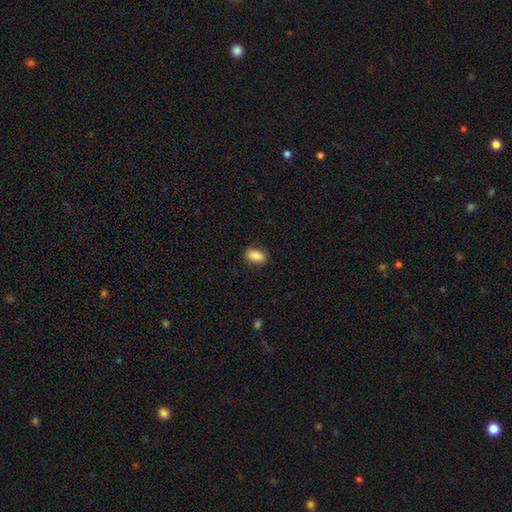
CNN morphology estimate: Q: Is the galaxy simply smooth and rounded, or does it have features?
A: smooth — 86%.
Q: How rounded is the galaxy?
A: in between — 85%.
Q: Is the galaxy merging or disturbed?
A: none — 86%.